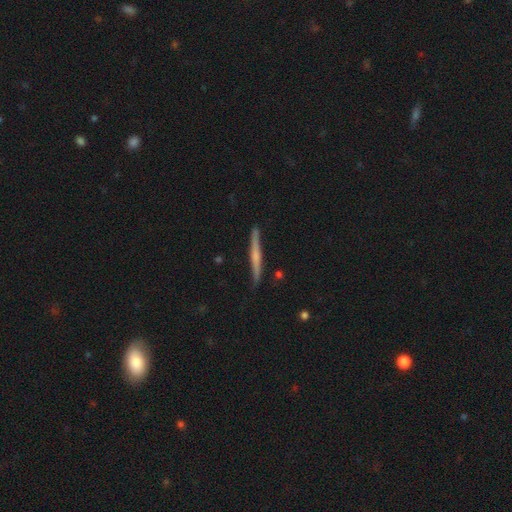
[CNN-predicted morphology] This is likely a featured or disk galaxy (60%). It is clearly viewed edge-on (97%). Edge-on bulge: possibly rounded (48%). Merging: clearly none (88%).